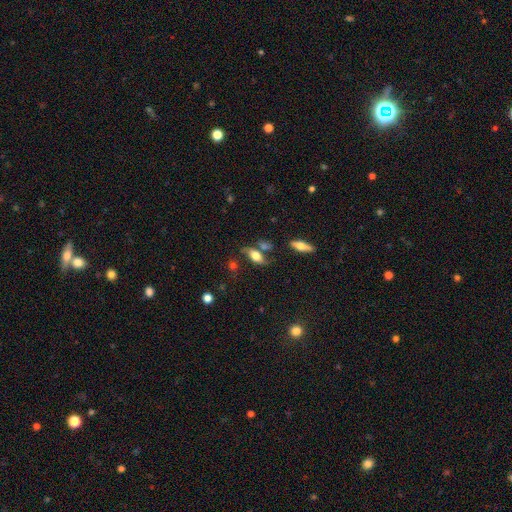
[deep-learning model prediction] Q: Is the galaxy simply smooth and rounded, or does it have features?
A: smooth — 51%.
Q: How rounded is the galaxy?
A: in between — 77%.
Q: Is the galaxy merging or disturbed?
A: none — 56%.